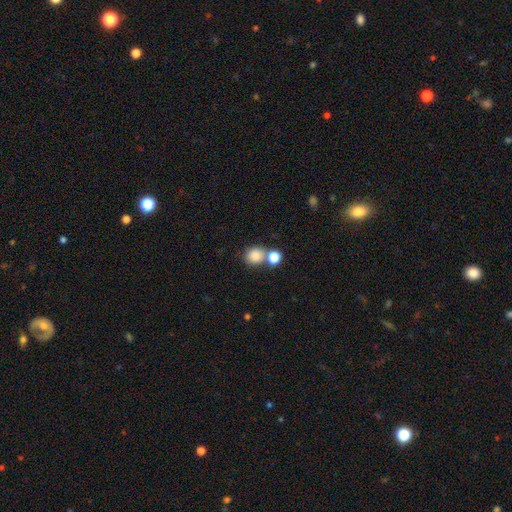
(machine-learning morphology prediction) This is clearly a smooth galaxy (83%). How rounded: clearly round (81%). Merging: possibly none (55%).